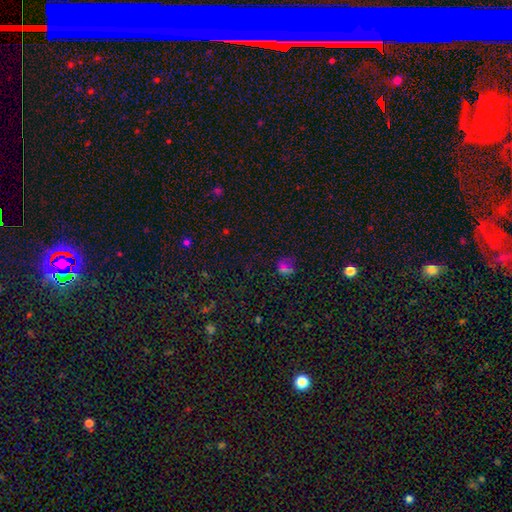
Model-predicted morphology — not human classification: Smooth or featured? Predicted: star or artifact (p=0.51).